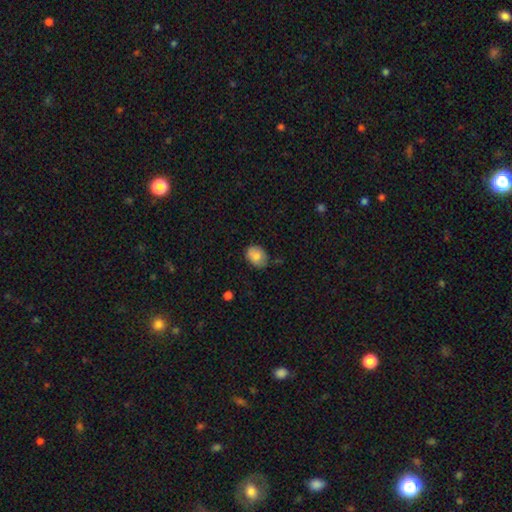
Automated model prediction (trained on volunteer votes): Smooth or featured? Predicted: smooth (p=0.80). How rounded? Predicted: in between (p=0.66). Merging? Predicted: none (p=0.66).